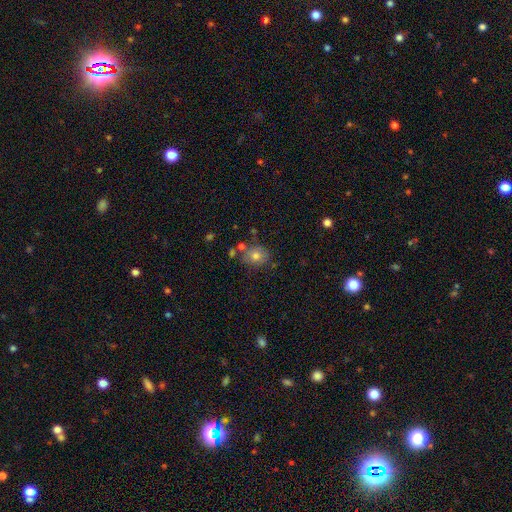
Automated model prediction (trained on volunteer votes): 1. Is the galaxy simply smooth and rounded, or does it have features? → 74% smooth, 14% featured or disk, 11% star or artifact.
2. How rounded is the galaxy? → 64% round, 35% in between, 1% cigar-shaped.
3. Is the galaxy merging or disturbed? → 67% none, 16% minor disturbance, 12% merger, 5% major disturbance.